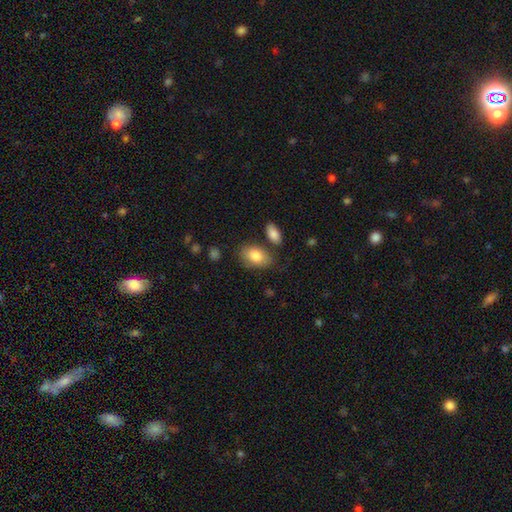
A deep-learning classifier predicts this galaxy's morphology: Smooth or featured: smooth — 83% (featured or disk — 11%)
How rounded: in between — 89% (round — 9%)
Merging: none — 70% (minor disturbance — 17%)